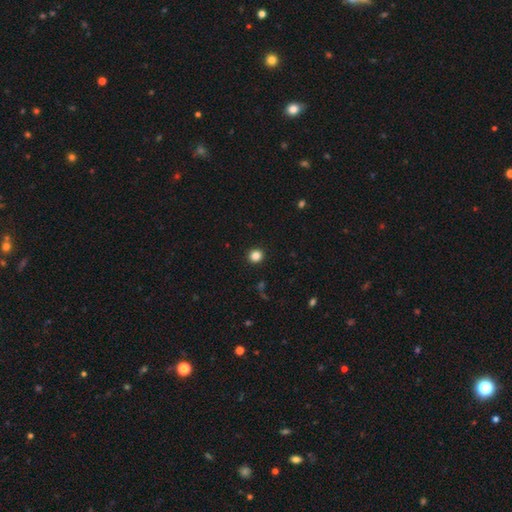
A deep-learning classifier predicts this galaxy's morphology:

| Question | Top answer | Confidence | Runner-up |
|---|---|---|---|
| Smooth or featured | smooth | 85% | star or artifact (12%) |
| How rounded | round | 87% | in between (12%) |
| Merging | none | 93% | minor disturbance (5%) |